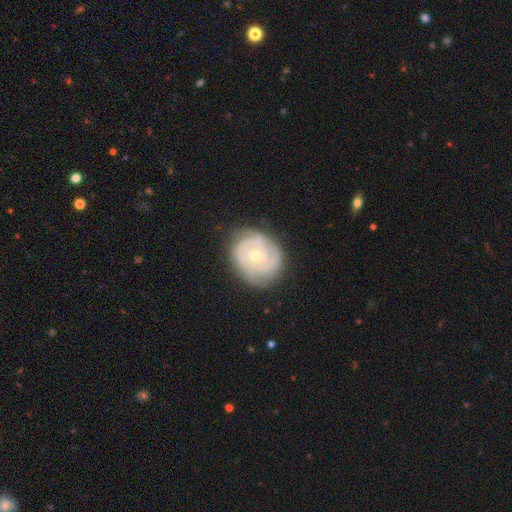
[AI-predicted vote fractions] featured or disk 78%, smooth 16%, star or artifact 6%. Down the decision tree: edge-on disk — no (97%); bar — no (79%); spiral arms — yes (92%); spiral arm count — can't tell (32%); spiral winding — tight (75%); bulge size — small (64%); merging — none (77%).